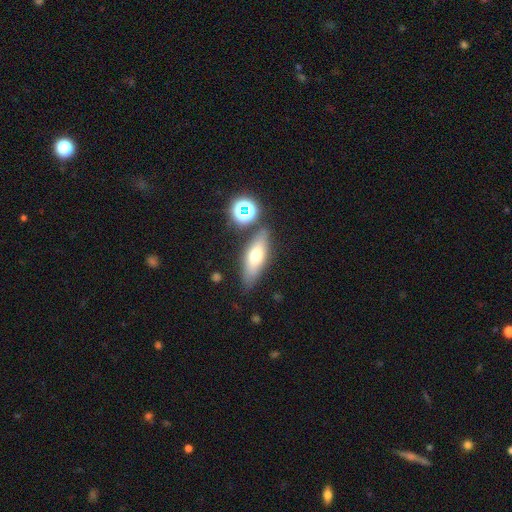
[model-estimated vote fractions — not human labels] Smooth or featured? Predicted: smooth (p=0.59). How rounded? Predicted: in between (p=0.55). Merging? Predicted: none (p=0.79).